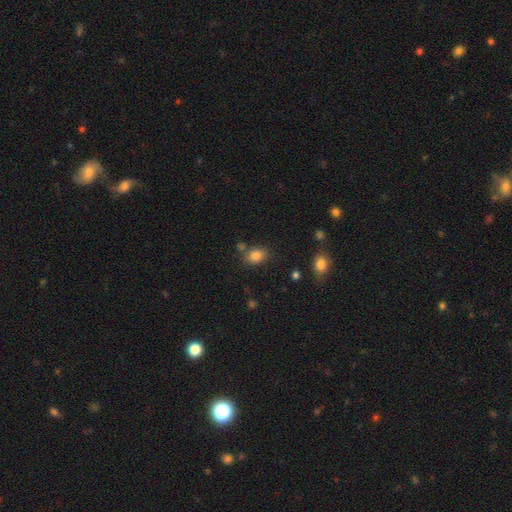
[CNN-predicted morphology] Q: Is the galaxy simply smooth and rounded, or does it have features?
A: smooth — 83%.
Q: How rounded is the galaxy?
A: in between — 71%.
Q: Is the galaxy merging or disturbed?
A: none — 72%.